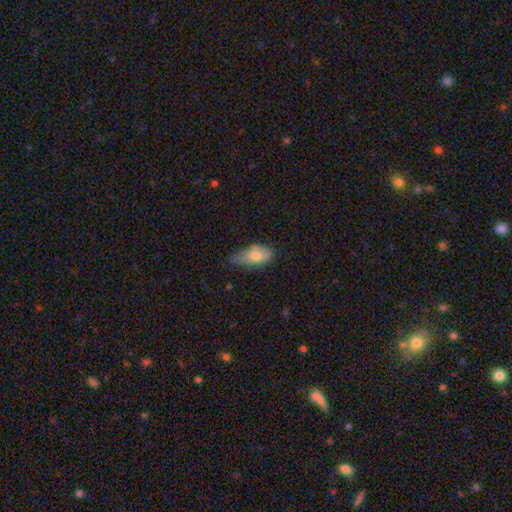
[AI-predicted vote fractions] Q: Smooth or featured?
A: smooth (75%); runner-up: featured or disk (17%)
Q: How rounded?
A: in between (89%); runner-up: cigar-shaped (6%)
Q: Merging?
A: minor disturbance (47%); runner-up: none (35%)